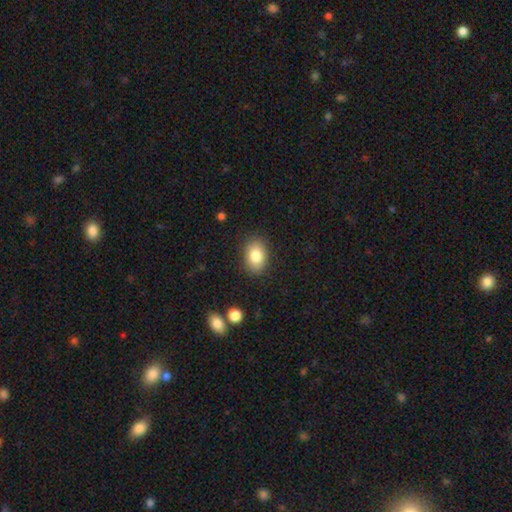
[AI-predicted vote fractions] A smooth galaxy with no disk features (83%) that is in between round and cigar-shaped (80%). Merging: none (86%).